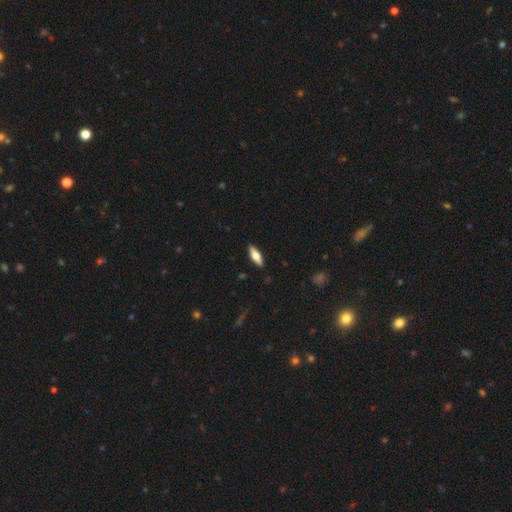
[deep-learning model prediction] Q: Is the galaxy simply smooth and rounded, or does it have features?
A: smooth — 62%.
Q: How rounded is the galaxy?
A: in between — 61%.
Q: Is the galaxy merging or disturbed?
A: none — 89%.